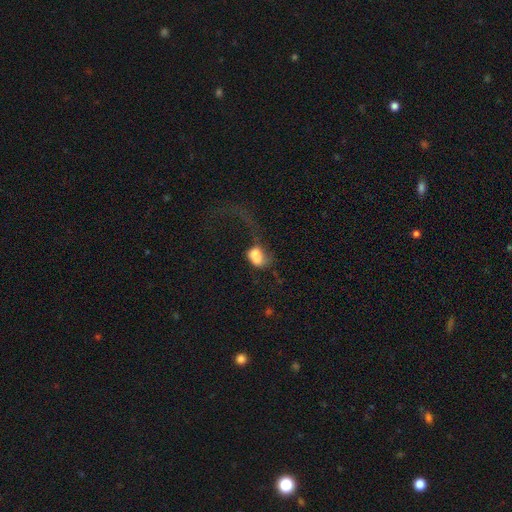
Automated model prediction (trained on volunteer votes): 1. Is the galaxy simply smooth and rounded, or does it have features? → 67% smooth, 23% featured or disk, 11% star or artifact.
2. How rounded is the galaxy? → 73% in between, 25% round, 2% cigar-shaped.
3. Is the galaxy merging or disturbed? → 49% major disturbance, 27% merger, 13% none, 11% minor disturbance.